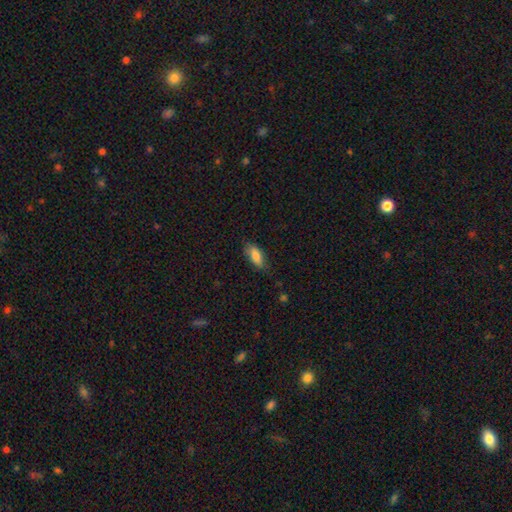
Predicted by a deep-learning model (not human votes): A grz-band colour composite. It shows a smooth galaxy with no disk features (80%) that is in between round and cigar-shaped (84%). Merging: none (73%).